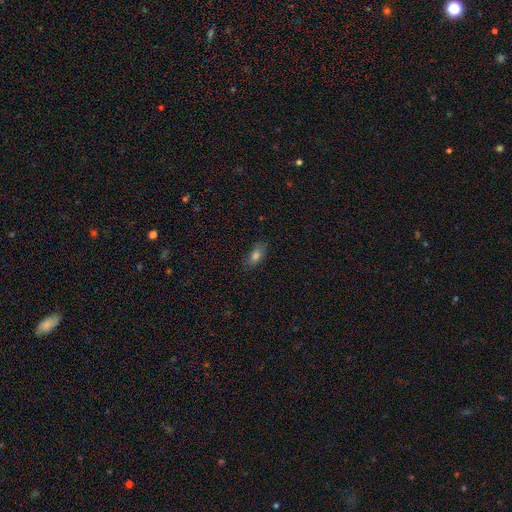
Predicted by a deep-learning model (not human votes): smooth-or-featured: smooth: 79% | featured or disk: 11% | star or artifact: 10%
  how-rounded: in between: 84% | cigar-shaped: 10% | round: 6%
  merging: none: 81% | minor disturbance: 15% | major disturbance: 3% | merger: 1%